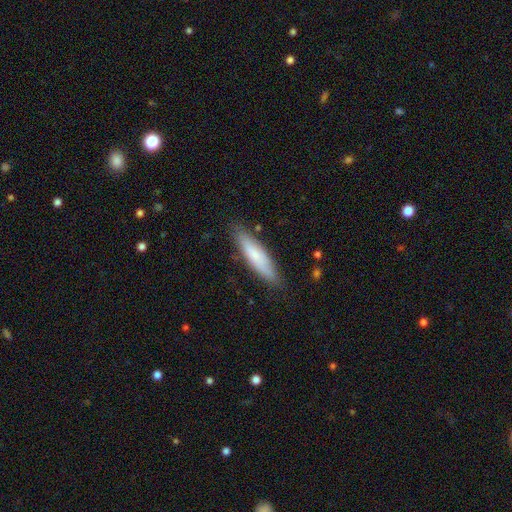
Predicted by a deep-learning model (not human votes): Smooth or featured? Predicted: smooth (p=0.71). How rounded? Predicted: cigar-shaped (p=0.77). Merging? Predicted: none (p=0.84).